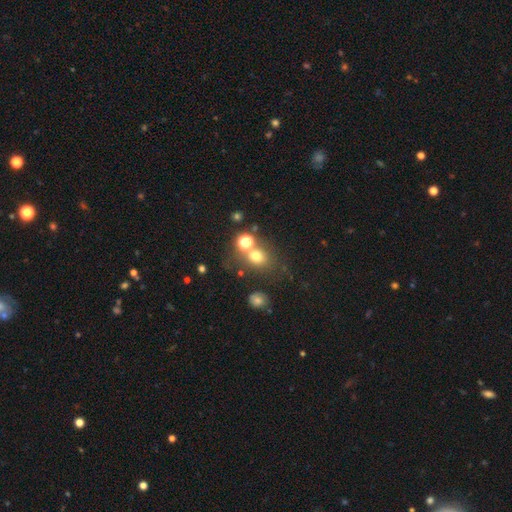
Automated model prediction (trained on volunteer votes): Morphology: type=smooth (68%); roundness=round (68%); merging=none (60%).